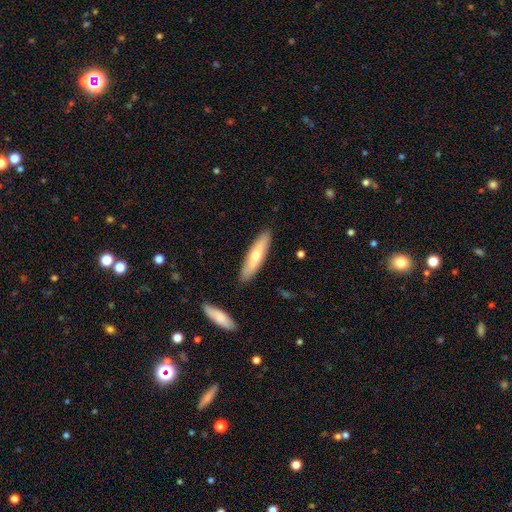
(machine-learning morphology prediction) Smooth or featured? Predicted: smooth (p=0.56). How rounded? Predicted: cigar-shaped (p=0.77). Merging? Predicted: none (p=0.88).